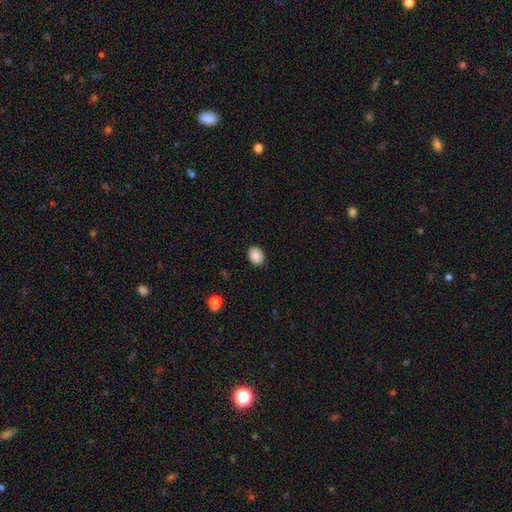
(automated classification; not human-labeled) smooth 89%, star or artifact 8%, featured or disk 3%. Down the decision tree: how rounded — in between (67%); merging — none (88%).